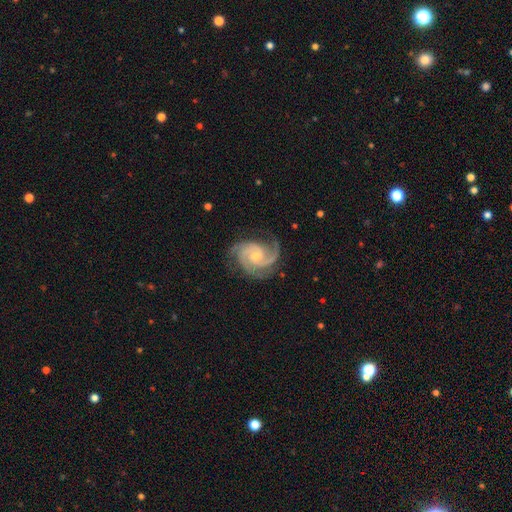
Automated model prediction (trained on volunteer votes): smooth_or_featured: featured or disk (p=0.93) [alt: star or artifact p=0.04]
disk_edge_on: no (p=0.98) [alt: yes p=0.02]
bar: no (p=0.64) [alt: weak p=0.29]
has_spiral_arms: yes (p=0.99) [alt: no p=0.01]
spiral_winding: tight (p=0.53) [alt: medium p=0.42]
spiral_arm_count: 3 (p=0.55) [alt: 2 p=0.28]
bulge_size: small (p=0.51) [alt: moderate p=0.45]
merging: none (p=0.76) [alt: minor disturbance p=0.17]